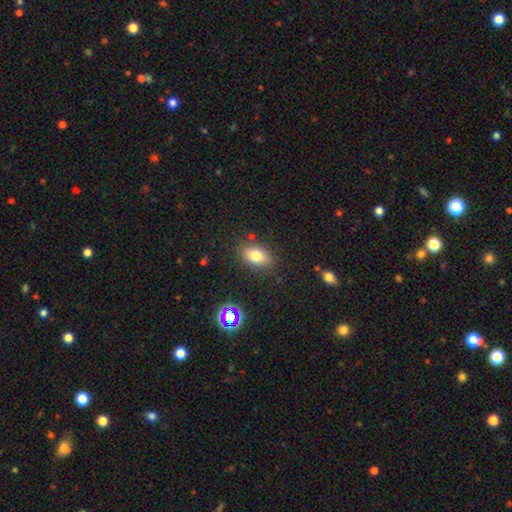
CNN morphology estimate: Overall: smooth (77%). How rounded: in between (84%). Merging: none (83%).